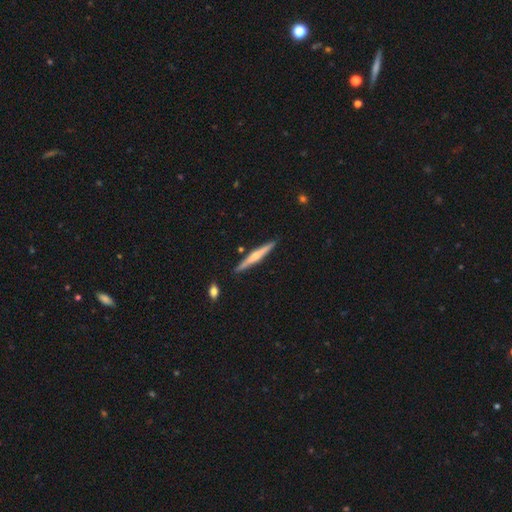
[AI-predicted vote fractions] Smooth or featured? Predicted: featured or disk (p=0.57). Edge-on disk? Predicted: yes (p=0.97). Edge-on bulge? Predicted: rounded (p=0.71). Merging? Predicted: none (p=0.88).